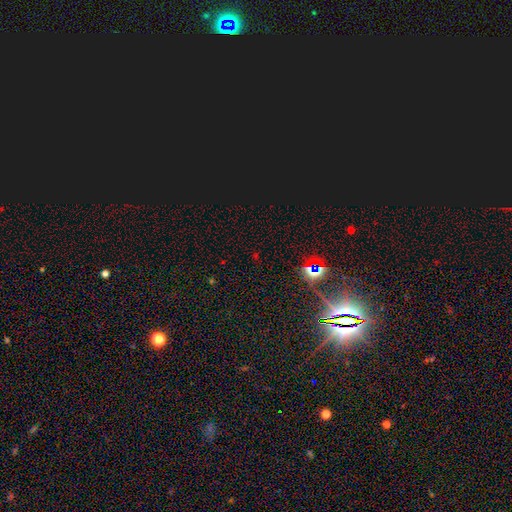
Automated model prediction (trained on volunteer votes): star or artifact 74%, smooth 19%, featured or disk 7%.